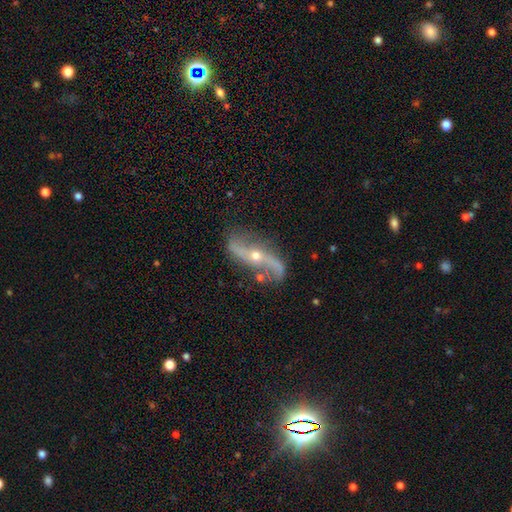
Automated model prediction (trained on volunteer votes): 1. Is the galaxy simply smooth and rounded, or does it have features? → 88% featured or disk, 7% star or artifact, 5% smooth.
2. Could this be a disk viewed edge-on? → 88% no, 12% yes.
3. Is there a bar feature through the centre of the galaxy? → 49% no, 26% strong, 25% weak.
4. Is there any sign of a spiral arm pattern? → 94% yes, 6% no.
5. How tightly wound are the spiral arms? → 84% loose, 11% medium, 5% tight.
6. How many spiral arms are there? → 93% 2, 2% can't tell, 2% 1, 1% 3, 1% 4, 1% more than 4.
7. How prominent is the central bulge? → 55% small, 41% moderate, 2% large, 1% none, 1% dominant.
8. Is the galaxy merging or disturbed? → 76% none, 14% minor disturbance, 7% major disturbance, 3% merger.